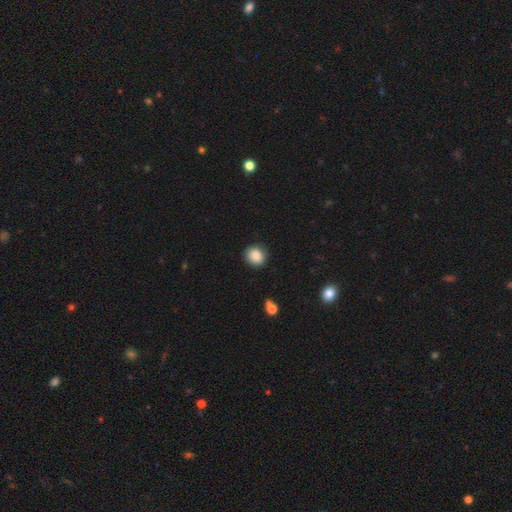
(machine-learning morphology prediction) smooth_or_featured: smooth (p=0.87) [alt: star or artifact p=0.09]
how_rounded: round (p=0.82) [alt: in between p=0.17]
merging: none (p=0.84) [alt: minor disturbance p=0.12]